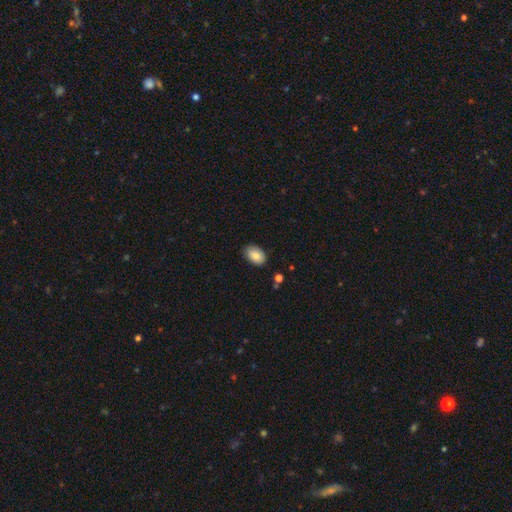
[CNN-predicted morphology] Smooth or featured?
  - smooth: 85% *
  - featured or disk: 8%
  - star or artifact: 7%
How rounded?
  - in between: 89% *
  - round: 10%
  - cigar-shaped: 1%
Merging?
  - none: 83% *
  - minor disturbance: 14%
  - major disturbance: 2%
  - merger: 1%